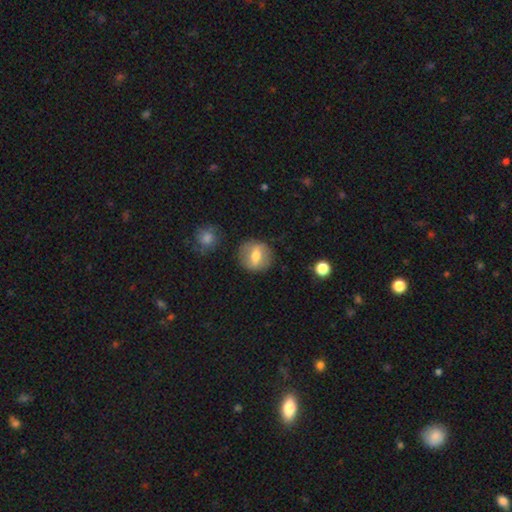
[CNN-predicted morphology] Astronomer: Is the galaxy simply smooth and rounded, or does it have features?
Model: smooth — 54% (runner-up: featured or disk, 39%).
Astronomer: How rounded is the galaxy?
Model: round — 82%.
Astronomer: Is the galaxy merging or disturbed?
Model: none — 85%.